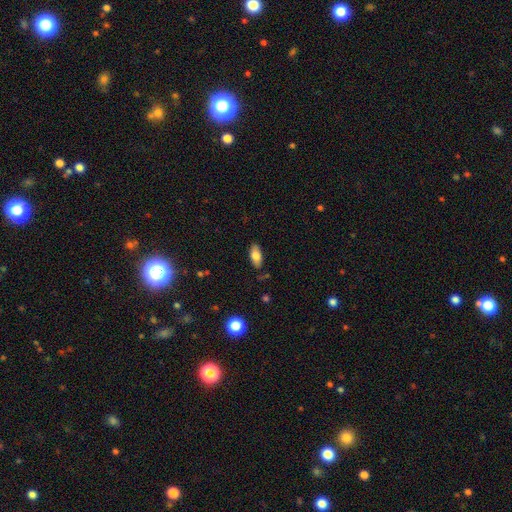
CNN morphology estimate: This is likely a smooth galaxy (77%). How rounded: clearly in between (88%). Merging: clearly none (83%).